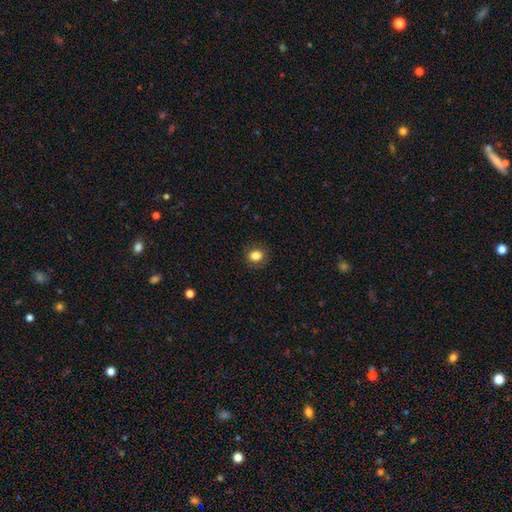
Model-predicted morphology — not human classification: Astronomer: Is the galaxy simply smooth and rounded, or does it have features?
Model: smooth — 84%.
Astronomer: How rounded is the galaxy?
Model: round — 70%.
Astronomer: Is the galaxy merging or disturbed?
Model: none — 88%.